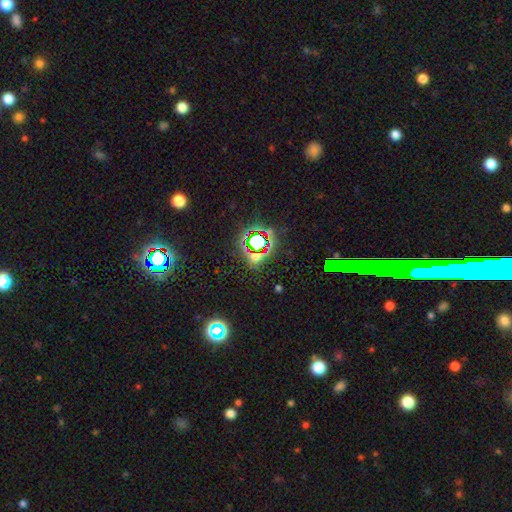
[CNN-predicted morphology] This appears to be a star or artifact, not a galaxy (72%).